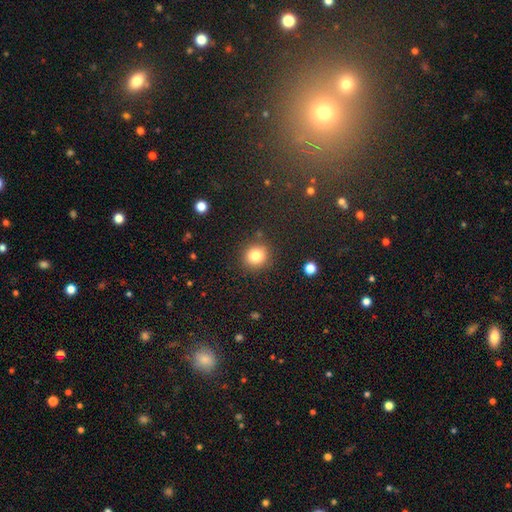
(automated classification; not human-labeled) A smooth galaxy with no disk features (82%) that is round (89%). Merging: none (88%).